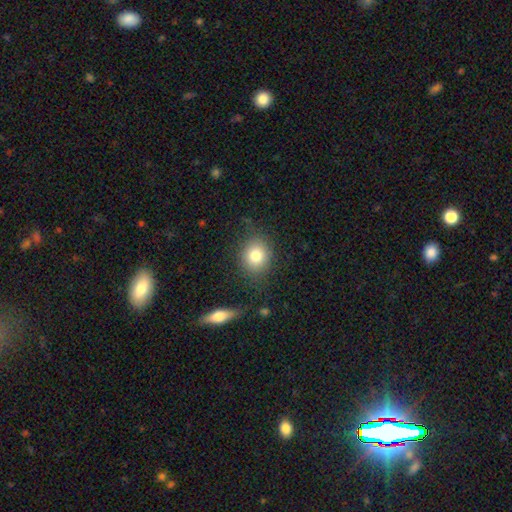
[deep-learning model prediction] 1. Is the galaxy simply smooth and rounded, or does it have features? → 81% smooth, 10% star or artifact, 10% featured or disk.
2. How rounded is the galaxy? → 71% round, 28% in between, 1% cigar-shaped.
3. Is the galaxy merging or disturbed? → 79% none, 13% minor disturbance, 5% major disturbance, 3% merger.